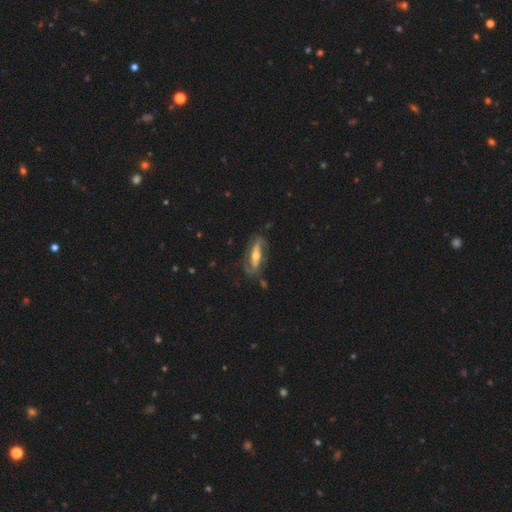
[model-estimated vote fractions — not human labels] Q: Smooth or featured?
A: featured or disk (79%); runner-up: smooth (15%)
Q: Edge-on disk?
A: no (80%); runner-up: yes (20%)
Q: Bar?
A: strong (48%); runner-up: no (27%)
Q: Spiral arms?
A: yes (88%); runner-up: no (12%)
Q: Spiral winding?
A: medium (40%); runner-up: loose (36%)
Q: Spiral arm count?
A: 2 (86%); runner-up: can't tell (8%)
Q: Bulge size?
A: moderate (65%); runner-up: small (26%)
Q: Merging?
A: none (68%); runner-up: minor disturbance (19%)